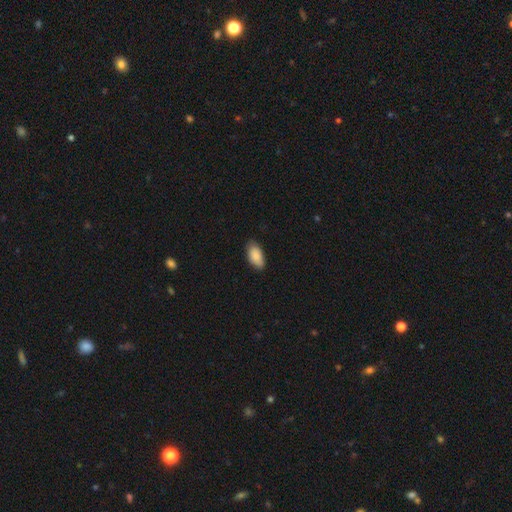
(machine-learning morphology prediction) smooth_or_featured: smooth (p=0.88) [alt: star or artifact p=0.06]
how_rounded: in between (p=0.94) [alt: cigar-shaped p=0.04]
merging: none (p=0.79) [alt: minor disturbance p=0.17]